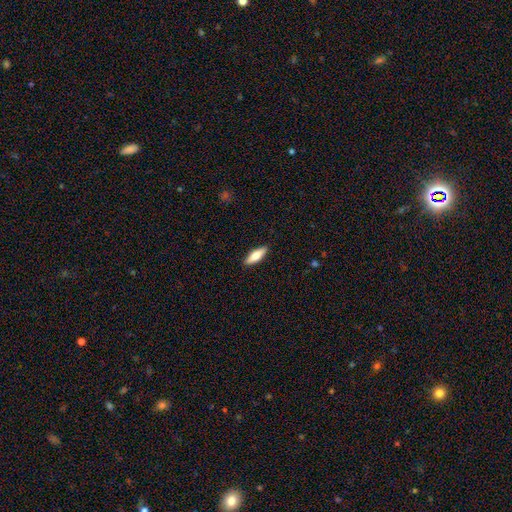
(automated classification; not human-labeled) The model was most divided on "how rounded": in between: 51%, cigar-shaped: 47%, round: 2%. More confident: merging — none (89%); smooth or featured — smooth (64%).